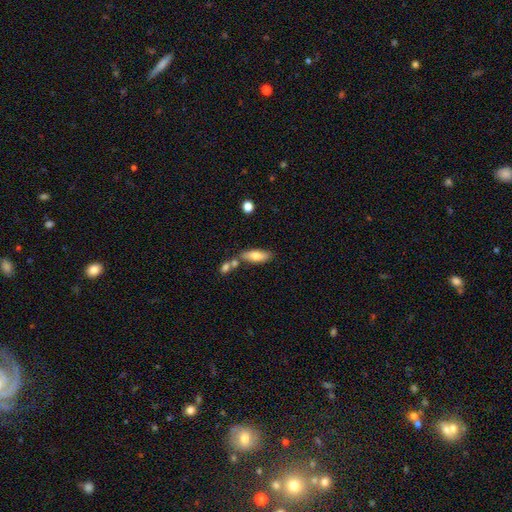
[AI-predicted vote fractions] Smooth or featured? Predicted: smooth (p=0.75). How rounded? Predicted: in between (p=0.64). Merging? Predicted: none (p=0.60).